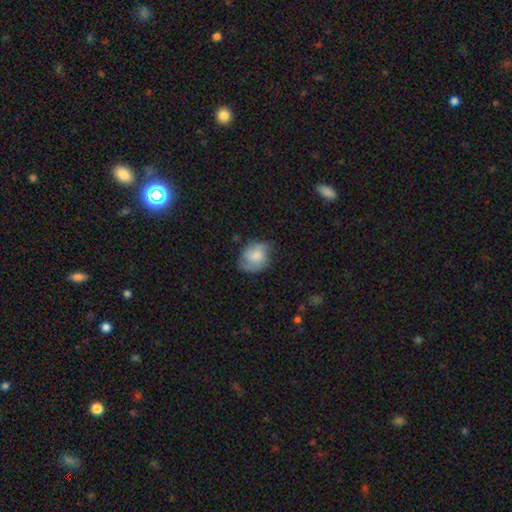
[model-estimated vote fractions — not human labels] A smooth galaxy with no disk features (62%) that is round (50%). Merging: none (57%).